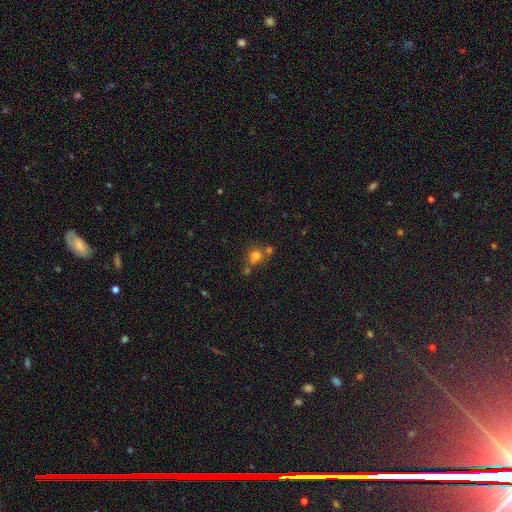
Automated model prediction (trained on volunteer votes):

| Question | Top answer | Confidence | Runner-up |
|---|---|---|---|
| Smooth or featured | smooth | 74% | star or artifact (16%) |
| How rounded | round | 78% | in between (21%) |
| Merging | none | 54% | merger (30%) |